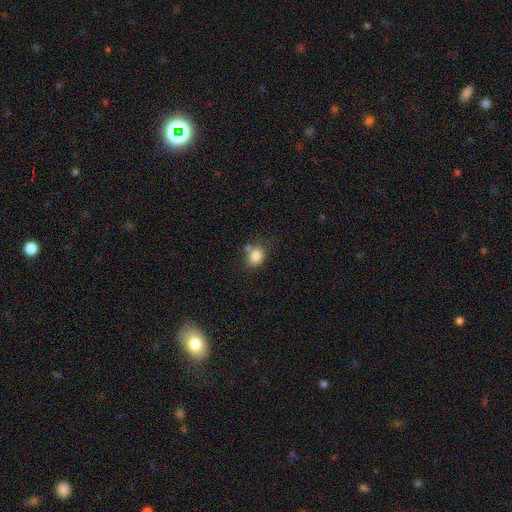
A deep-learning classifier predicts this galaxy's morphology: Smooth or featured? Predicted: smooth (p=0.83). How rounded? Predicted: in between (p=0.55). Merging? Predicted: none (p=0.59).